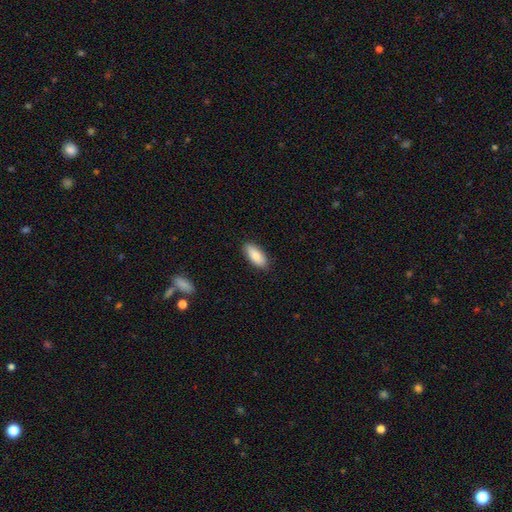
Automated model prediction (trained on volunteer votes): Q: Smooth or featured?
A: smooth (83%); runner-up: featured or disk (11%)
Q: How rounded?
A: in between (83%); runner-up: cigar-shaped (14%)
Q: Merging?
A: none (86%); runner-up: minor disturbance (11%)